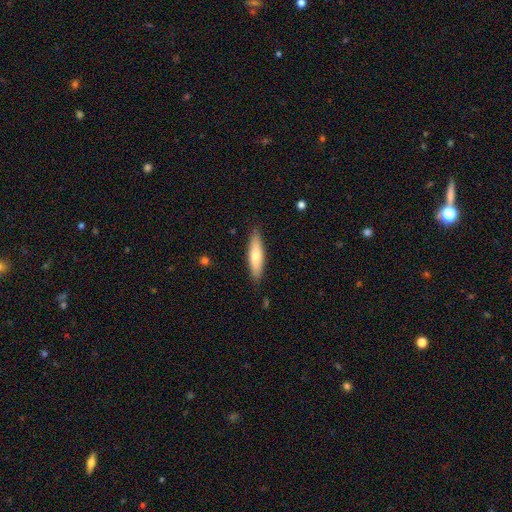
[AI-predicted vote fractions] Smooth or featured: smooth — 68% (featured or disk — 27%)
How rounded: cigar-shaped — 69% (in between — 30%)
Merging: none — 87% (minor disturbance — 10%)